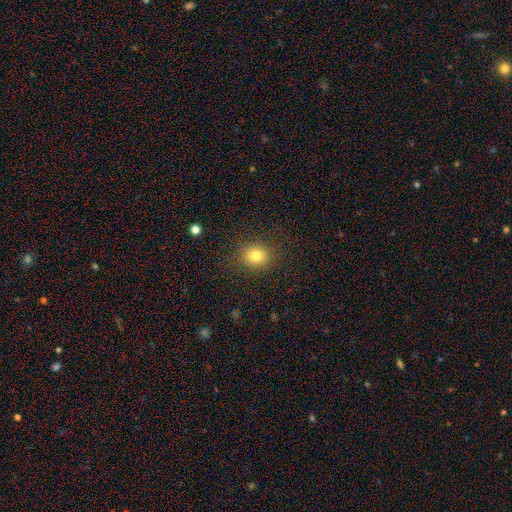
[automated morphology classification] Q: Smooth or featured?
A: smooth (79%); runner-up: star or artifact (13%)
Q: How rounded?
A: round (73%); runner-up: in between (26%)
Q: Merging?
A: none (88%); runner-up: minor disturbance (8%)